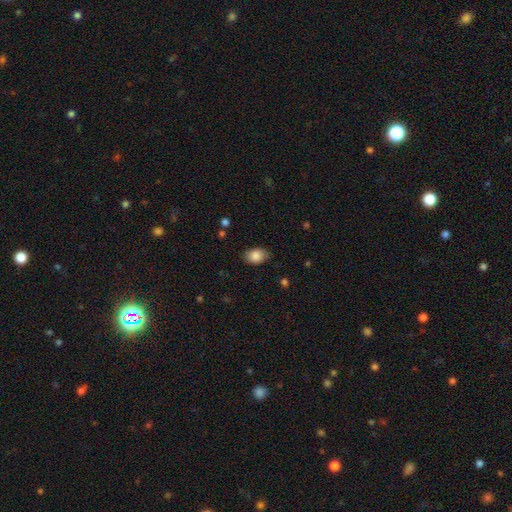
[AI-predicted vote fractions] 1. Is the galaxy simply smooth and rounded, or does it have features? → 85% smooth, 8% star or artifact, 7% featured or disk.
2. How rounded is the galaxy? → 82% in between, 17% round, 1% cigar-shaped.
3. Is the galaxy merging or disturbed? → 81% none, 15% minor disturbance, 3% major disturbance, 1% merger.